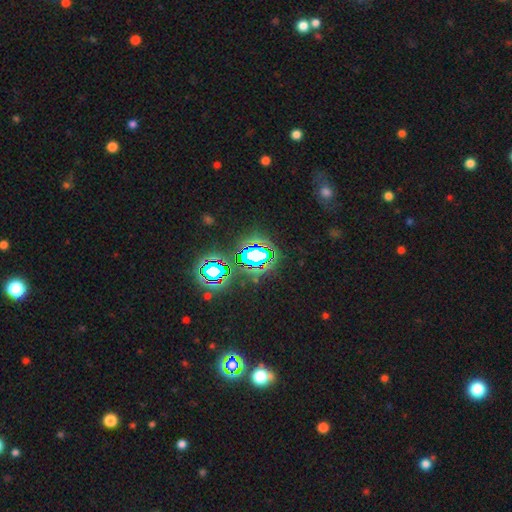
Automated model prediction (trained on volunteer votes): A star or artifact, not a galaxy (68%).

Vote fractions:
- Smooth or featured? star or artifact: 68% / smooth: 17% / featured or disk: 15%